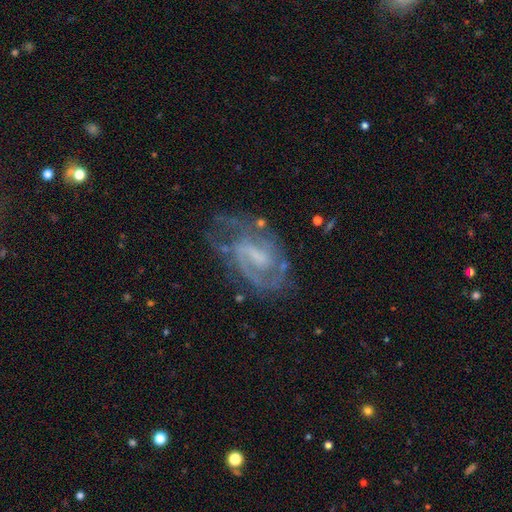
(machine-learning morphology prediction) Smooth or featured? Predicted: featured or disk (p=0.82). Edge-on disk? Predicted: no (p=0.96). Bar? Predicted: weak (p=0.52). Spiral arms? Predicted: yes (p=0.90). Spiral winding? Predicted: medium (p=0.46). Spiral arm count? Predicted: 2 (p=0.55). Bulge size? Predicted: none (p=0.36). Merging? Predicted: none (p=0.57).